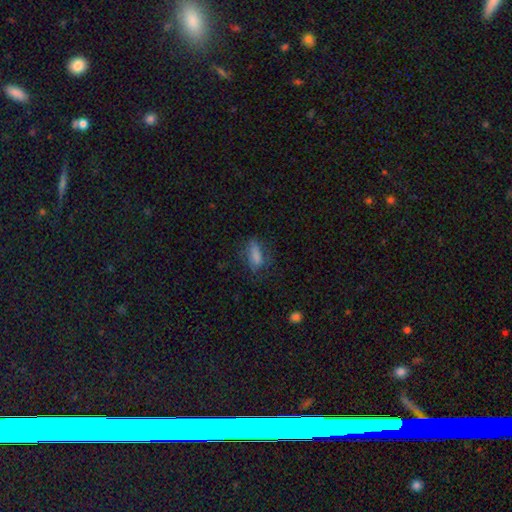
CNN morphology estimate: Q: Smooth or featured?
A: smooth (75%); runner-up: featured or disk (15%)
Q: How rounded?
A: in between (77%); runner-up: cigar-shaped (18%)
Q: Merging?
A: none (55%); runner-up: minor disturbance (25%)